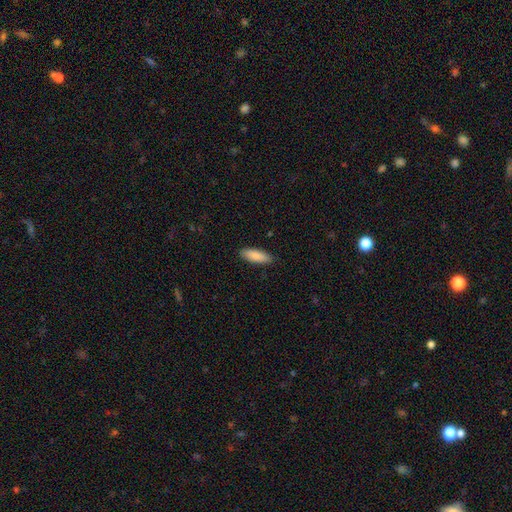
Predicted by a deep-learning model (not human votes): Smooth or featured: smooth — 87% (featured or disk — 7%)
How rounded: in between — 59% (cigar-shaped — 40%)
Merging: none — 88% (minor disturbance — 9%)